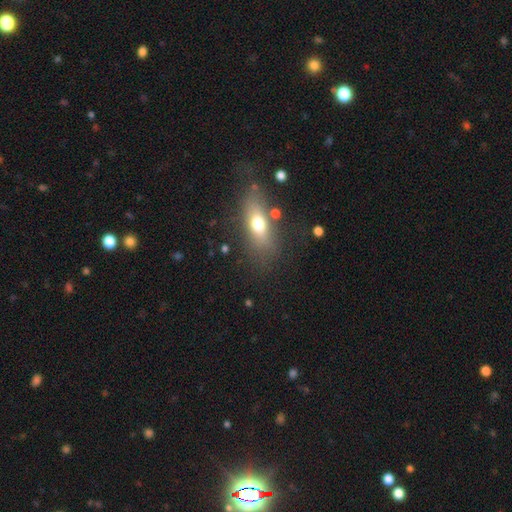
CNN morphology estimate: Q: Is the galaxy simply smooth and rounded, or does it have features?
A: smooth — 49%.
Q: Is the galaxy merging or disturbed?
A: none — 71%.